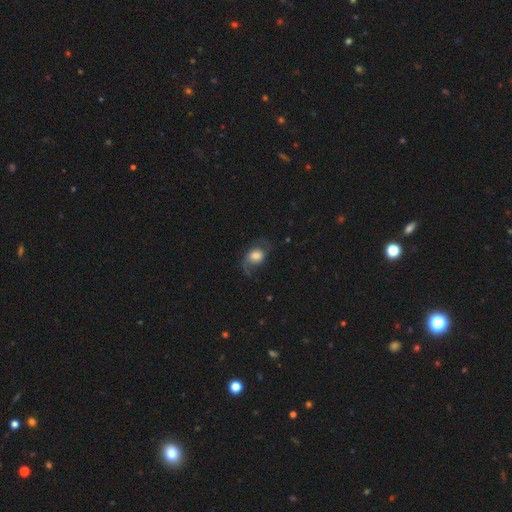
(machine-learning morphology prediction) Smooth or featured: featured or disk — 58% (smooth — 33%)
Edge-on disk: no — 96% (yes — 4%)
Bar: no — 67% (weak — 27%)
Spiral arms: yes — 88% (no — 12%)
Bulge size: large — 38% (moderate — 35%)
Merging: none — 61% (minor disturbance — 20%)